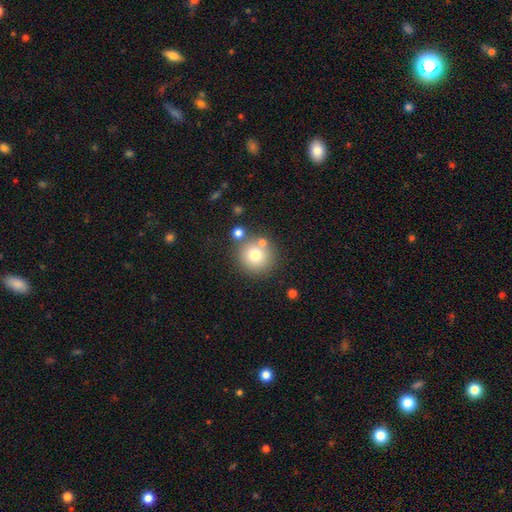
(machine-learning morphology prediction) Smooth or featured: smooth — 73% (star or artifact — 16%)
How rounded: round — 93% (in between — 6%)
Merging: none — 77% (merger — 12%)